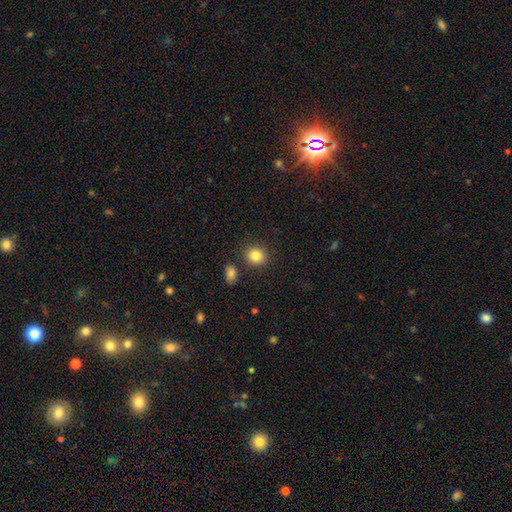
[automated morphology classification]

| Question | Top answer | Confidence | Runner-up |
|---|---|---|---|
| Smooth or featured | smooth | 85% | star or artifact (10%) |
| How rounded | round | 81% | in between (18%) |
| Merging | none | 85% | minor disturbance (8%) |